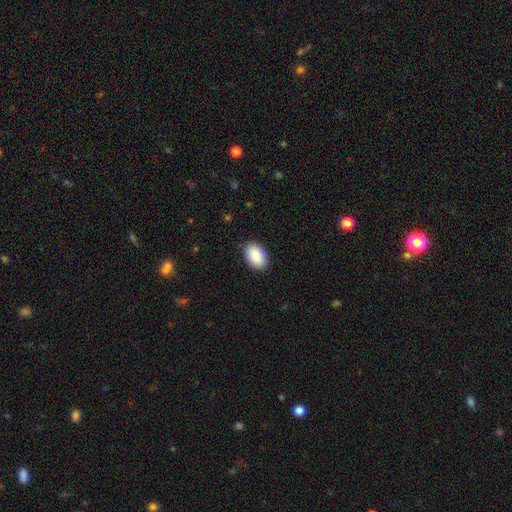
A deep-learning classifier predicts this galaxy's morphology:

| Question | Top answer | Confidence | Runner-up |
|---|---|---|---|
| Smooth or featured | smooth | 89% | star or artifact (6%) |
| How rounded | in between | 91% | round (7%) |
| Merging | none | 85% | minor disturbance (12%) |